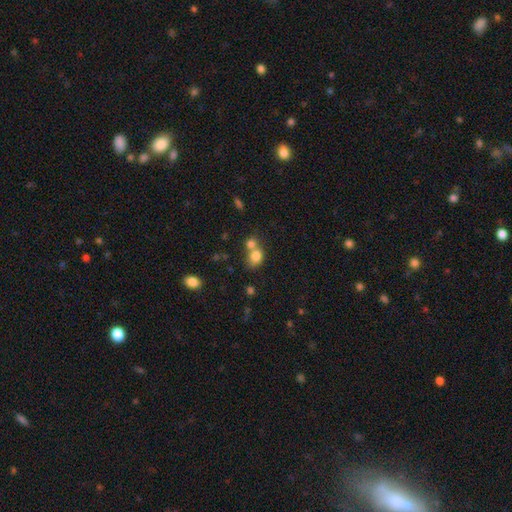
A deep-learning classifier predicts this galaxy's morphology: A smooth galaxy with no disk features (79%) that is round (57%).

Vote fractions:
- Smooth or featured? smooth: 79% / star or artifact: 11% / featured or disk: 10%
- How rounded? round: 57% / in between: 42% / cigar-shaped: 1%
- Merging? merger: 53% / none: 35% / minor disturbance: 9% / major disturbance: 4%